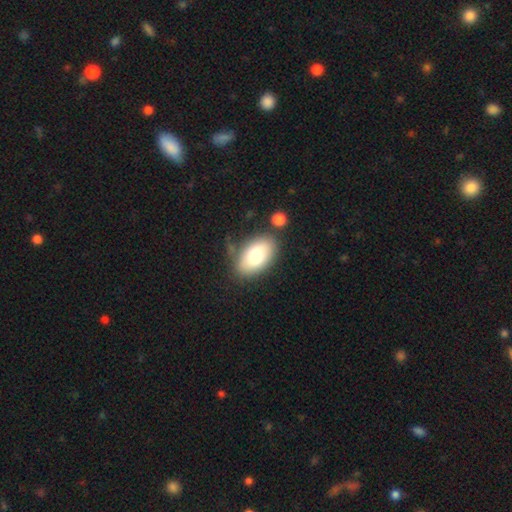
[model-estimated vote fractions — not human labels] This appears to be a smooth galaxy with no disk features (76%) that is in between round and cigar-shaped (93%). Merging: none (74%).